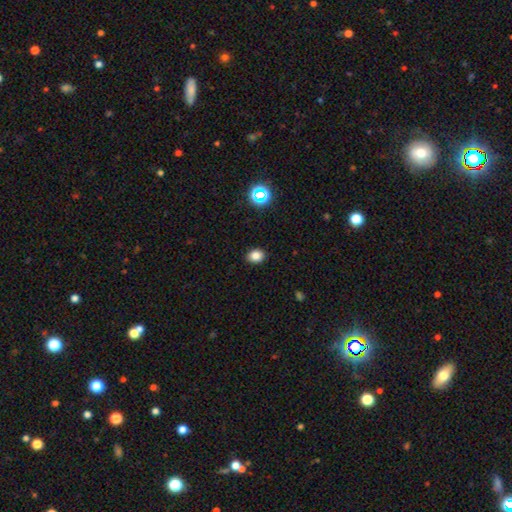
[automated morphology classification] A smooth galaxy with no disk features (82%) that is in between round and cigar-shaped (55%).

Vote fractions:
- Smooth or featured? smooth: 82% / star or artifact: 13% / featured or disk: 5%
- How rounded? in between: 55% / round: 44% / cigar-shaped: 1%
- Merging? none: 90% / minor disturbance: 7% / major disturbance: 2% / merger: 1%